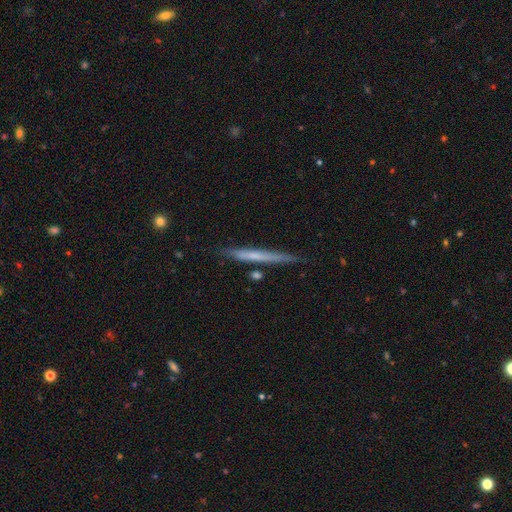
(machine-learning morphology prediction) A smooth galaxy with no disk features (49%). Merging: none (83%).